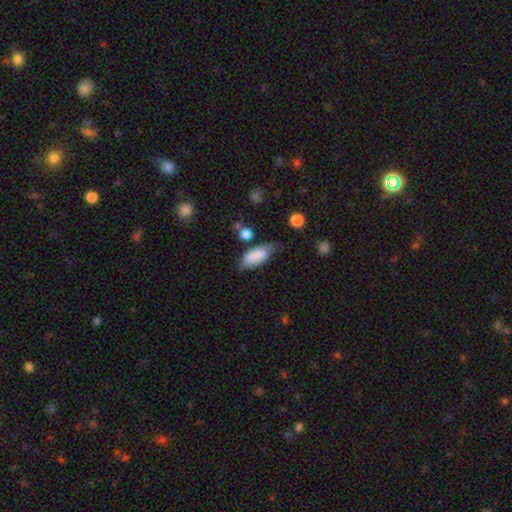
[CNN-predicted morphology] smooth-or-featured: smooth: 80% | featured or disk: 13% | star or artifact: 7%
  how-rounded: in between: 82% | cigar-shaped: 15% | round: 3%
  merging: none: 47% | minor disturbance: 35% | major disturbance: 12% | merger: 6%